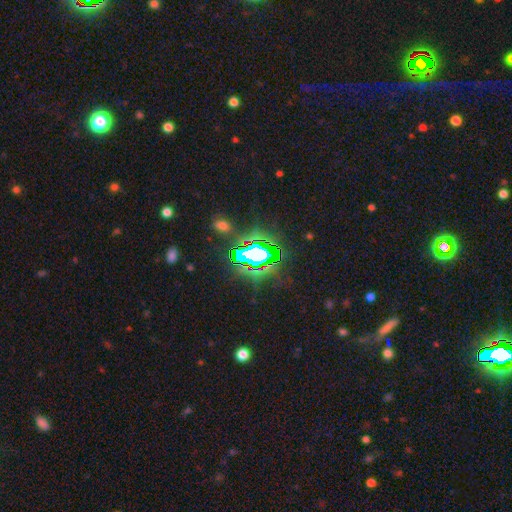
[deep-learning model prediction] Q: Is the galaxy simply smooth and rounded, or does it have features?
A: star or artifact — 71%.